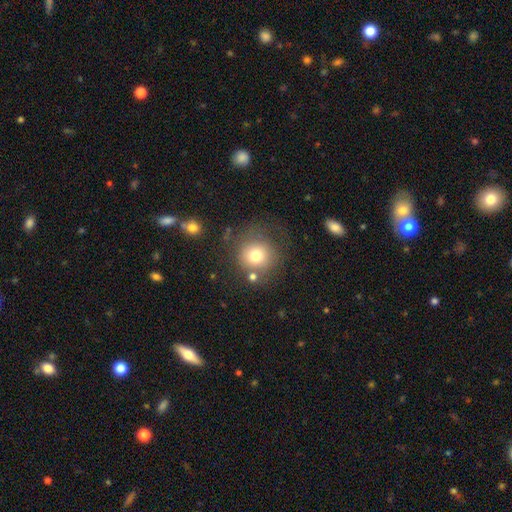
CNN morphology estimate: A smooth galaxy with no disk features (74%) that is round (91%). Merging: none (67%).